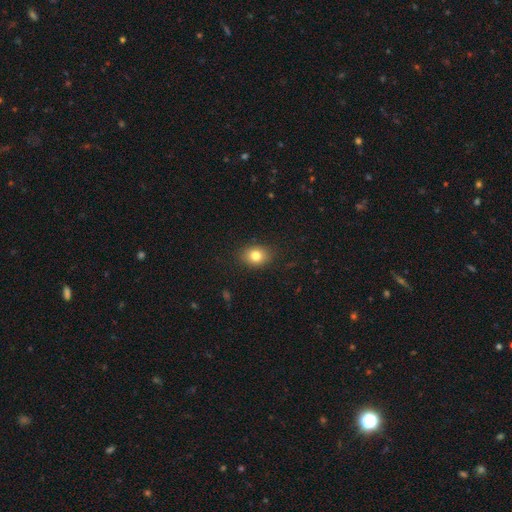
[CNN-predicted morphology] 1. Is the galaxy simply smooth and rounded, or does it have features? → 80% smooth, 11% star or artifact, 9% featured or disk.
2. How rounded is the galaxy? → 54% in between, 45% round, 1% cigar-shaped.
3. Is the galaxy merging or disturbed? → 86% none, 10% minor disturbance, 3% major disturbance, 1% merger.